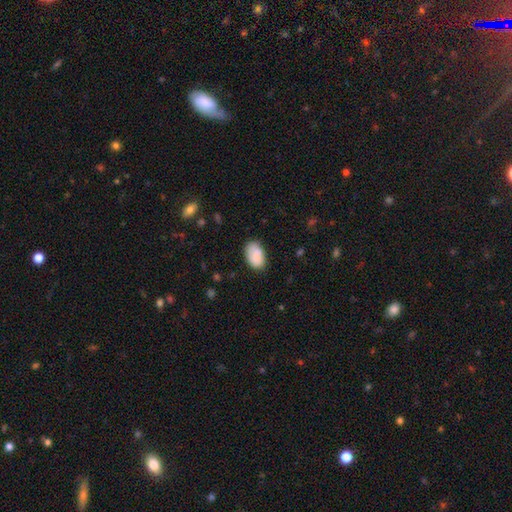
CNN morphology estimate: The model was most divided on "merging": none: 70%, minor disturbance: 22%, major disturbance: 5%, merger: 3%. More confident: how rounded — in between (91%); smooth or featured — smooth (85%).